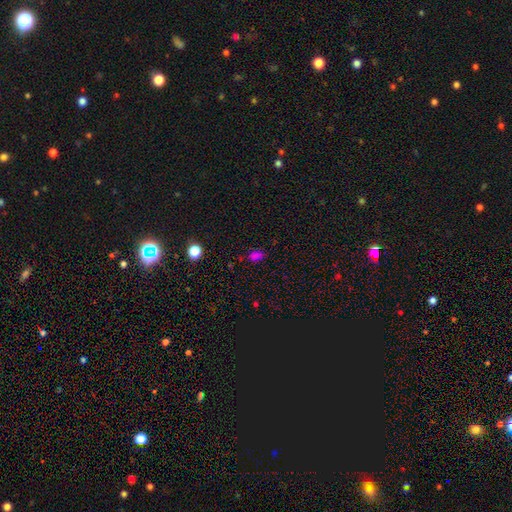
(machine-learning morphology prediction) Q: Smooth or featured?
A: smooth (70%); runner-up: star or artifact (26%)
Q: How rounded?
A: in between (79%); runner-up: round (19%)
Q: Merging?
A: none (74%); runner-up: minor disturbance (17%)